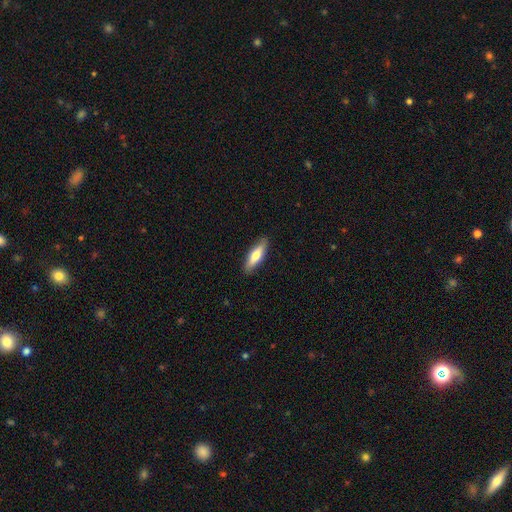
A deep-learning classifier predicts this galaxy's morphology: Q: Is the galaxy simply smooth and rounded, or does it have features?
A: smooth — 69%.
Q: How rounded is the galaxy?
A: cigar-shaped — 58%.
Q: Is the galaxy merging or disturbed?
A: none — 87%.